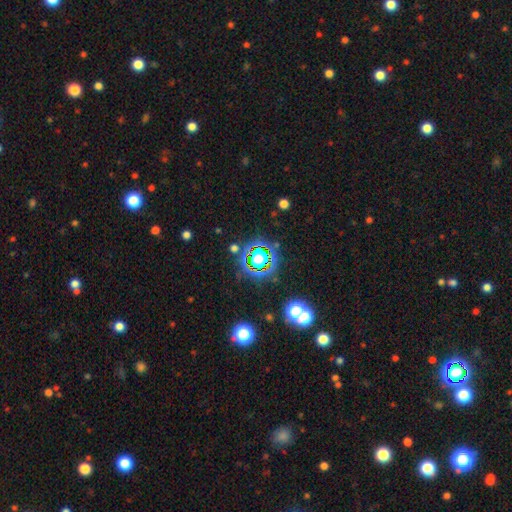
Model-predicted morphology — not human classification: The model was most divided on "smooth or featured": star or artifact: 74%, smooth: 16%, featured or disk: 10%.